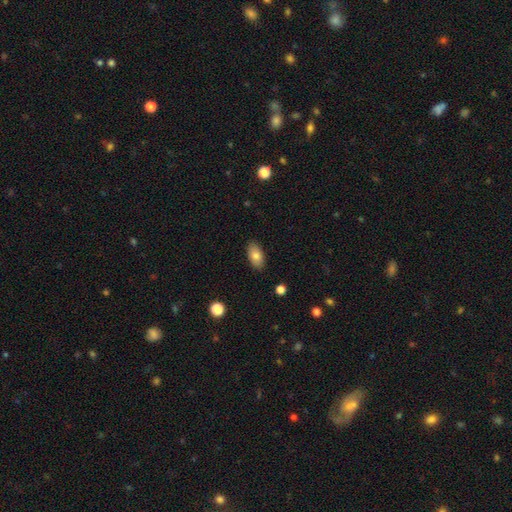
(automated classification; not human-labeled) A smooth galaxy with no disk features (81%) that is in between round and cigar-shaped (92%).

Vote fractions:
- Smooth or featured? smooth: 81% / featured or disk: 11% / star or artifact: 8%
- How rounded? in between: 92% / round: 4% / cigar-shaped: 3%
- Merging? none: 88% / minor disturbance: 9% / major disturbance: 2% / merger: 1%